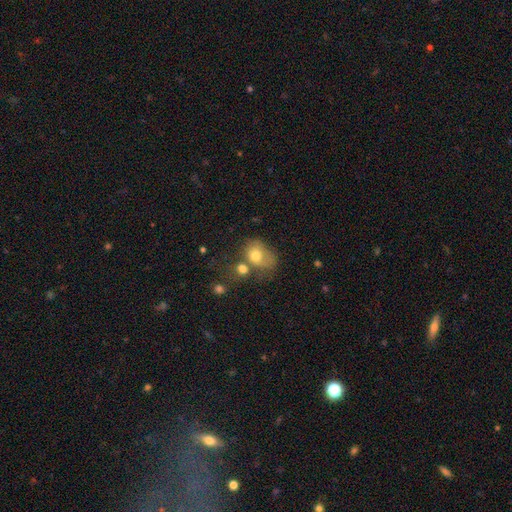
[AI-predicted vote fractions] Morphology: type=smooth (72%); roundness=in between (57%); merging=merger (32%).